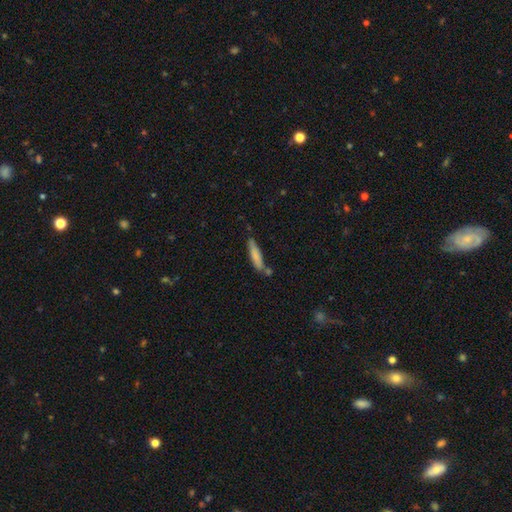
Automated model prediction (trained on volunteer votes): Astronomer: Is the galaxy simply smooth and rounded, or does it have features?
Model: smooth — 78%.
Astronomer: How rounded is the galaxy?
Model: cigar-shaped — 83%.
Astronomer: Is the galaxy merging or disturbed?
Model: none — 66%.